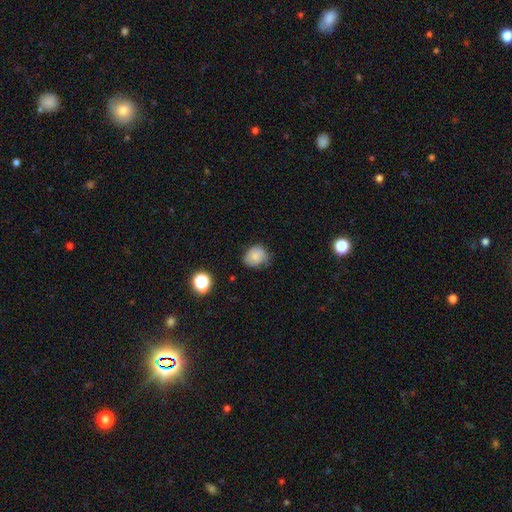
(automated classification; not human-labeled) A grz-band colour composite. It shows a smooth galaxy with no disk features (73%) that is round (60%). Merging: none (53%).